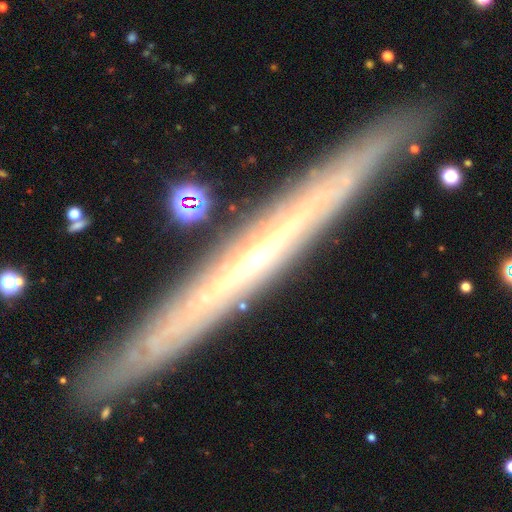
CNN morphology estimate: smooth_or_featured: featured or disk (p=0.80) [alt: smooth p=0.13]
disk_edge_on: yes (p=0.93) [alt: no p=0.07]
edge_on_bulge: none (p=0.60) [alt: rounded p=0.37]
merging: none (p=0.89) [alt: minor disturbance p=0.08]